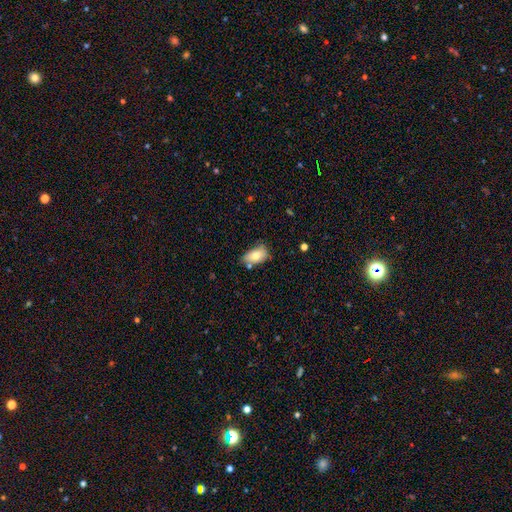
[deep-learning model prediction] The model was most divided on "merging": none: 61%, minor disturbance: 27%, merger: 6%, major disturbance: 6%. More confident: how rounded — in between (90%); smooth or featured — smooth (77%).